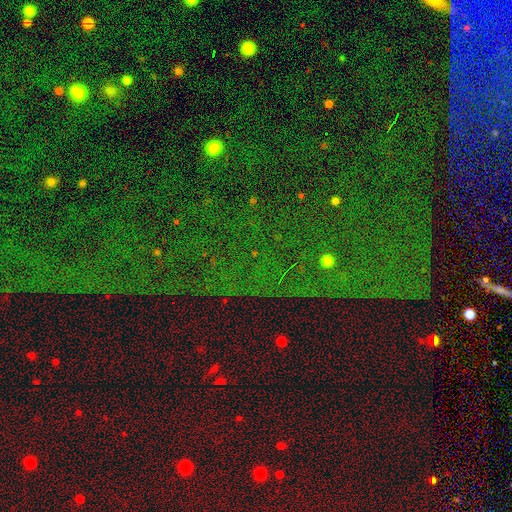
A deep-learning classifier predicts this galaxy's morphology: Q: Smooth or featured?
A: star or artifact (85%); runner-up: smooth (8%)